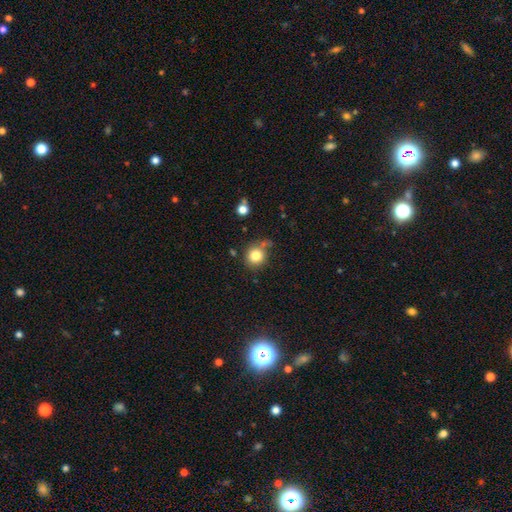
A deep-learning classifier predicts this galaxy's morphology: Smooth or featured? smooth (82%)
How rounded? round (86%)
Merging? none (68%)